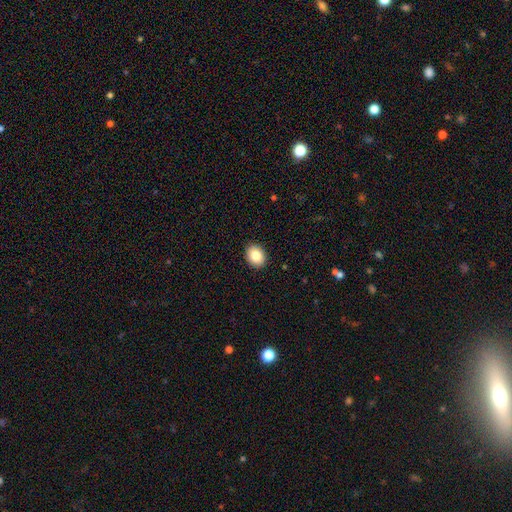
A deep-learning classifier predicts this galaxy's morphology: Smooth or featured: smooth — 85% (star or artifact — 8%)
How rounded: in between — 60% (round — 39%)
Merging: none — 91% (minor disturbance — 6%)